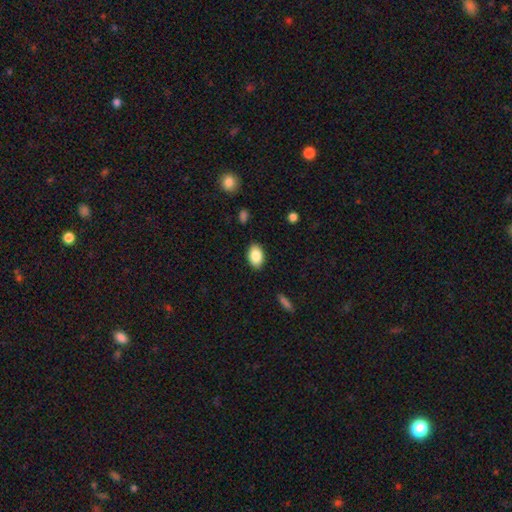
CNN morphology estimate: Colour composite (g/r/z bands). It shows a smooth galaxy with no disk features (86%) that is in between round and cigar-shaped (89%). Merging: none (87%).